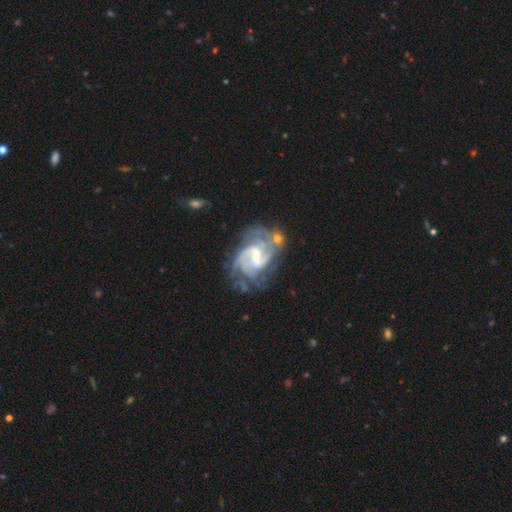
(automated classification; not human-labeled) featured or disk 90%, star or artifact 5%, smooth 5%. Down the decision tree: edge-on disk — no (98%); bar — weak (56%); spiral arms — yes (97%); spiral arm count — 2 (39%); spiral winding — medium (47%); bulge size — small (42%); merging — none (55%).